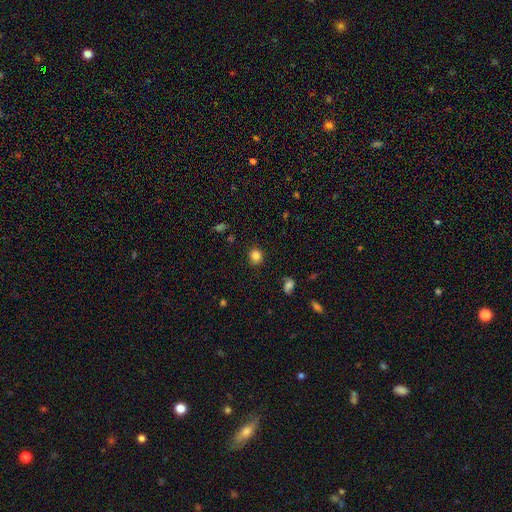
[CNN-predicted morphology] Smooth or featured?
  - smooth: 84% *
  - star or artifact: 11%
  - featured or disk: 5%
How rounded?
  - round: 85% *
  - in between: 15%
  - cigar-shaped: 1%
Merging?
  - none: 88% *
  - minor disturbance: 8%
  - major disturbance: 2%
  - merger: 1%